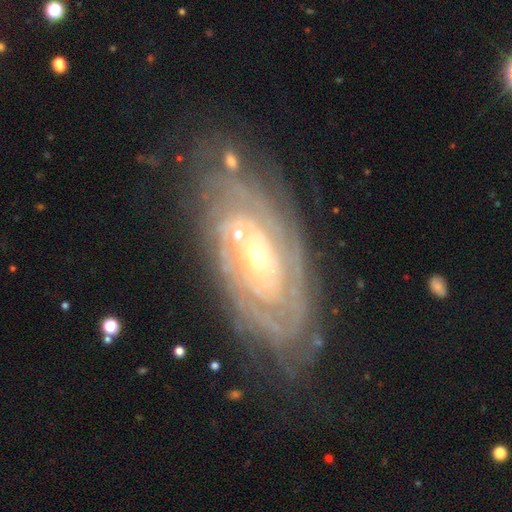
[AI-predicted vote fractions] Smooth or featured?
  - featured or disk: 86% *
  - smooth: 8%
  - star or artifact: 6%
Edge-on disk?
  - no: 92% *
  - yes: 8%
Bar?
  - no: 71% *
  - weak: 21%
  - strong: 9%
Spiral arms?
  - yes: 93% *
  - no: 7%
Spiral winding?
  - tight: 83% *
  - medium: 14%
  - loose: 3%
Spiral arm count?
  - can't tell: 42% *
  - 2: 18%
  - 3: 13%
  - 4: 12%
  - more than 4: 10%
  - 1: 5%
Bulge size?
  - small: 58% *
  - moderate: 36%
  - large: 3%
  - none: 1%
  - dominant: 1%
Merging?
  - none: 75% *
  - minor disturbance: 17%
  - major disturbance: 6%
  - merger: 3%